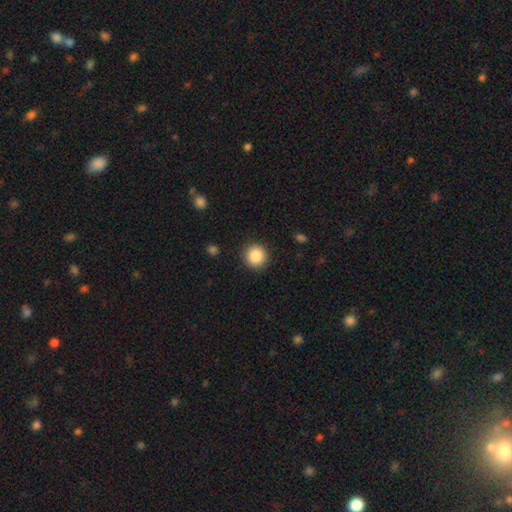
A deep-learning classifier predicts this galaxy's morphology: A smooth galaxy with no disk features (87%) that is round (94%).

Vote fractions:
- Smooth or featured? smooth: 87% / star or artifact: 9% / featured or disk: 4%
- How rounded? round: 94% / in between: 5% / cigar-shaped: 1%
- Merging? none: 90% / minor disturbance: 6% / major disturbance: 2% / merger: 1%